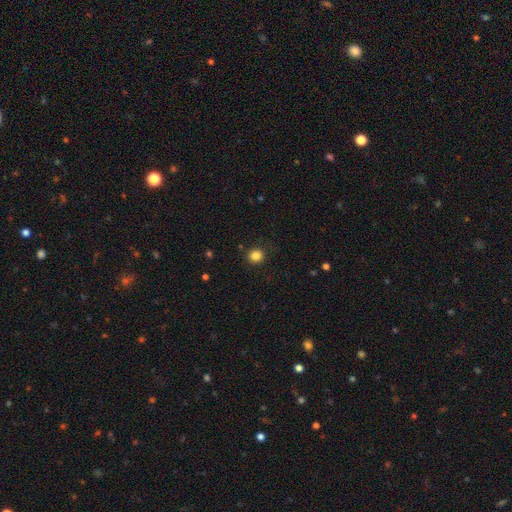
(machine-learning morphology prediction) The model was most divided on "smooth or featured": smooth: 84%, star or artifact: 12%, featured or disk: 4%. More confident: merging — none (89%); how rounded — round (89%).